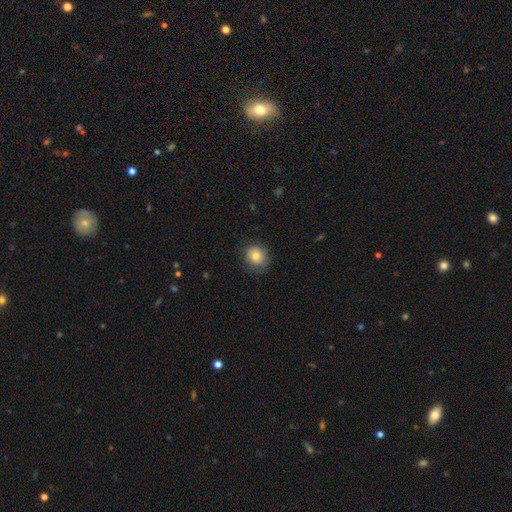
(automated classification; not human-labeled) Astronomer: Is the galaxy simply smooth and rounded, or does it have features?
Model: smooth — 77%.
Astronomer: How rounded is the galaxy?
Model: round — 79%.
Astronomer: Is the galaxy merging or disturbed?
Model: none — 75%.